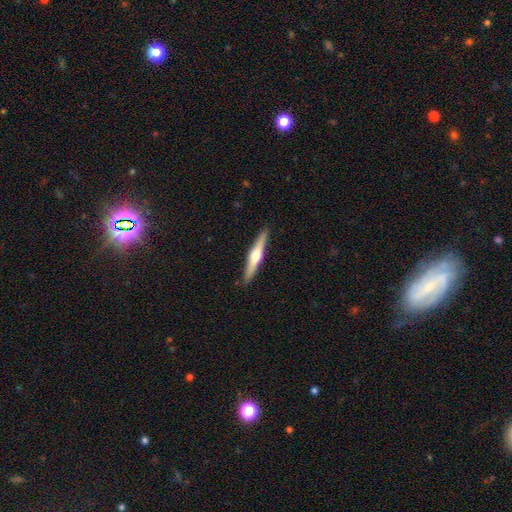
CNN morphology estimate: Smooth or featured?
  - featured or disk: 65% *
  - smooth: 31%
  - star or artifact: 5%
Edge-on disk?
  - yes: 98% *
  - no: 2%
Edge-on bulge?
  - rounded: 93% *
  - none: 3%
  - boxy: 3%
Merging?
  - none: 91% *
  - minor disturbance: 7%
  - major disturbance: 1%
  - merger: 1%